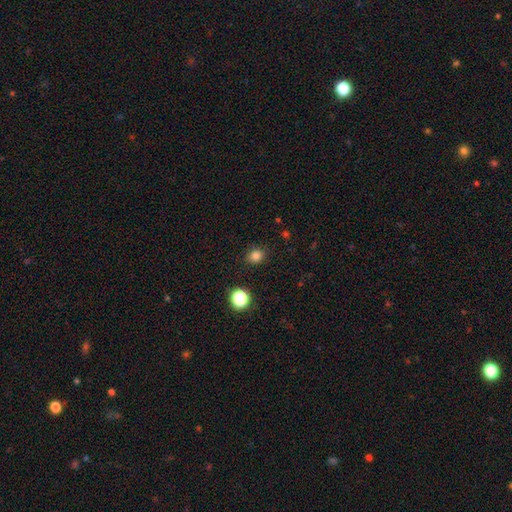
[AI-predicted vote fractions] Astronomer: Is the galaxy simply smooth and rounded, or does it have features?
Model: smooth — 81%.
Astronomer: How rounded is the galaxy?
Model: round — 69%.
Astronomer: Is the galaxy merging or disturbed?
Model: none — 88%.